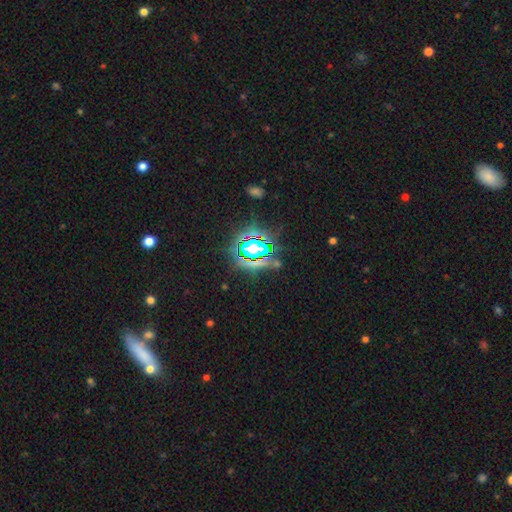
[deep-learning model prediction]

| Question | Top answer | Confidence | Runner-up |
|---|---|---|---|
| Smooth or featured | star or artifact | 71% | smooth (16%) |